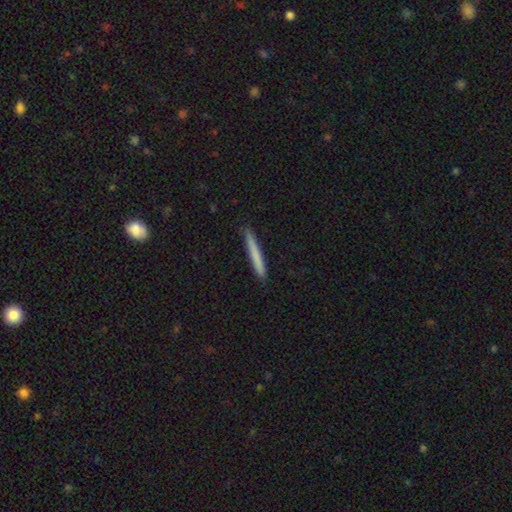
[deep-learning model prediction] Smooth or featured: smooth — 73% (featured or disk — 21%)
How rounded: cigar-shaped — 97% (in between — 2%)
Merging: none — 91% (minor disturbance — 7%)